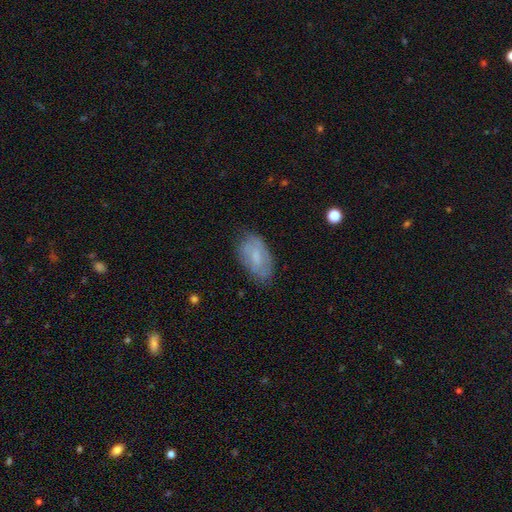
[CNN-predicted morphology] smooth 59%, featured or disk 34%, star or artifact 8%. Down the decision tree: how rounded — in between (93%); merging — none (68%).